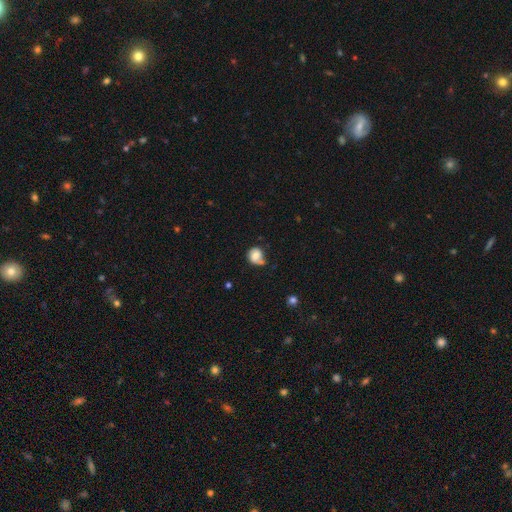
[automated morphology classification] smooth-or-featured: smooth: 69% | featured or disk: 22% | star or artifact: 9%
  how-rounded: round: 70% | in between: 29% | cigar-shaped: 1%
  merging: none: 44% | minor disturbance: 31% | major disturbance: 13% | merger: 12%